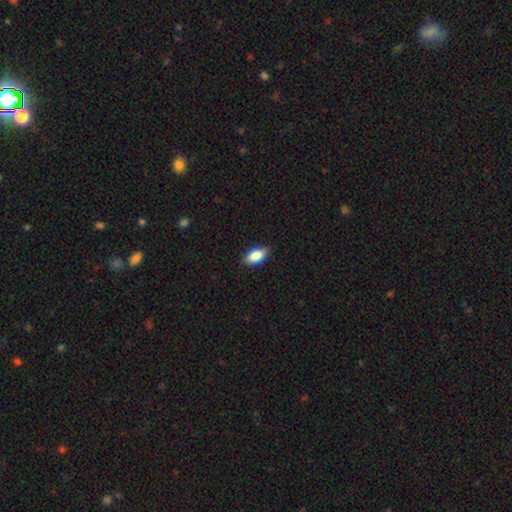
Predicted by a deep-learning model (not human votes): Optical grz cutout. It shows a smooth galaxy with no disk features (84%) that is in between round and cigar-shaped (89%). Merging: none (87%).